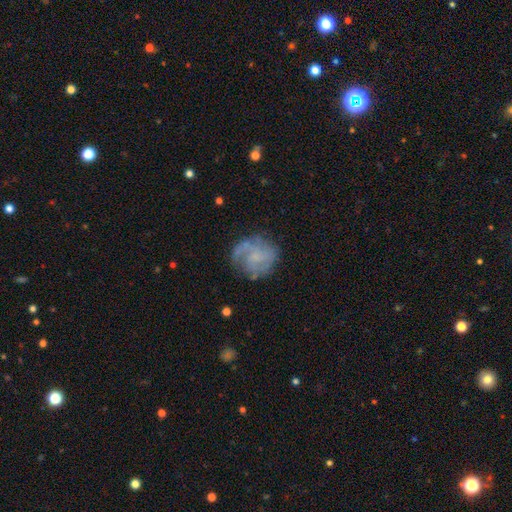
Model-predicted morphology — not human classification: A featured or disk galaxy (66%) with no bar (68%), medium (41%) spiral arms (82%) and a small central bulge (42%).

Vote fractions:
- Smooth or featured? featured or disk: 66% / smooth: 25% / star or artifact: 8%
- Edge-on disk? no: 98% / yes: 2%
- Bar? no: 68% / weak: 28% / strong: 4%
- Spiral arms? yes: 82% / no: 18%
- Spiral winding? medium: 41% / tight: 33% / loose: 25%
- Spiral arm count? can't tell: 32% / 2: 31% / 3: 19% / 1: 10% / 4: 5% / more than 4: 4%
- Bulge size? small: 42% / none: 41% / moderate: 15% / large: 2% / dominant: 1%
- Merging? none: 65% / minor disturbance: 19% / major disturbance: 13% / merger: 2%